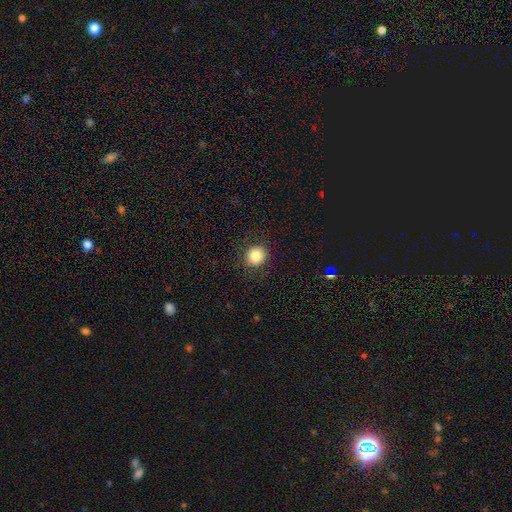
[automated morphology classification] smooth_or_featured: smooth (p=0.86) [alt: star or artifact p=0.10]
how_rounded: round (p=0.89) [alt: in between p=0.10]
merging: none (p=0.89) [alt: minor disturbance p=0.07]